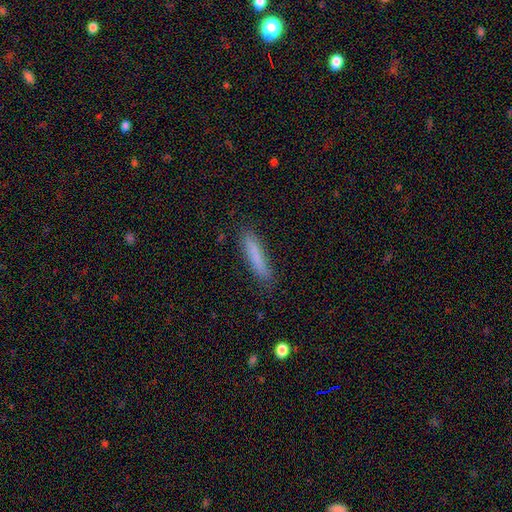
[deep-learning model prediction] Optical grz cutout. It shows a smooth galaxy with no disk features (80%) that is cigar-shaped (87%). Merging: none (81%).